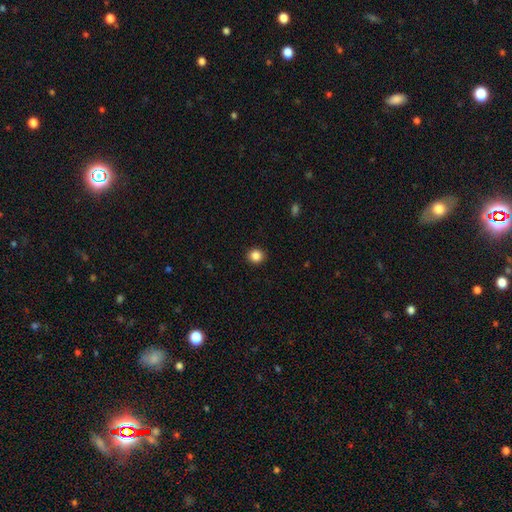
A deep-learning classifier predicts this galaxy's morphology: Smooth or featured?
  - smooth: 86% *
  - star or artifact: 11%
  - featured or disk: 3%
How rounded?
  - round: 89% *
  - in between: 11%
  - cigar-shaped: 1%
Merging?
  - none: 92% *
  - minor disturbance: 5%
  - major disturbance: 2%
  - merger: 1%